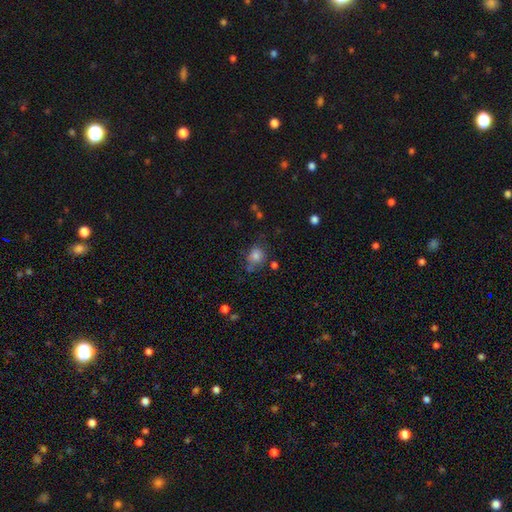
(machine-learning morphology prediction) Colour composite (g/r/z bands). It shows a smooth galaxy with no disk features (75%) that is round (58%). Merging: none (57%).